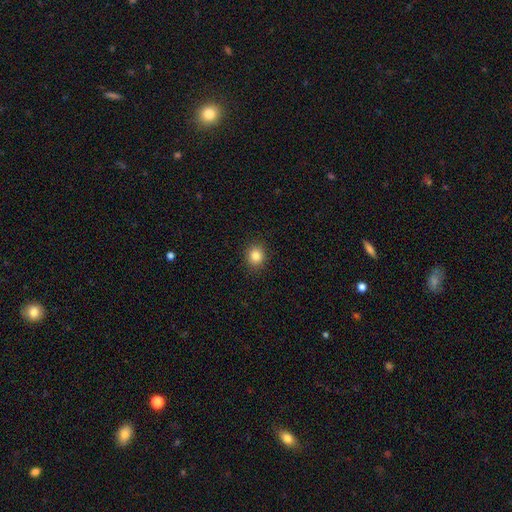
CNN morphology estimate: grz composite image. It shows a smooth galaxy with no disk features (85%) that is round (81%). Merging: none (91%).